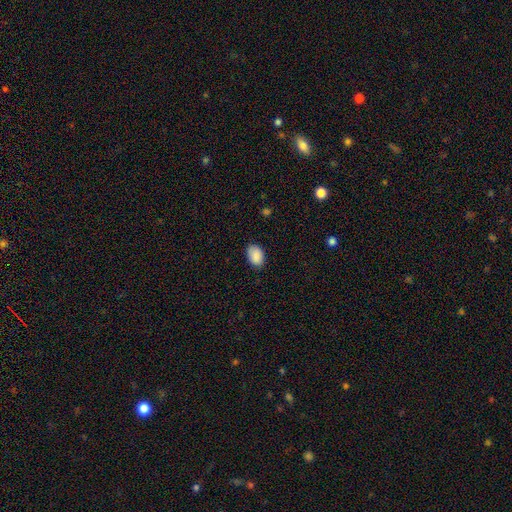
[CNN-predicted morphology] smooth_or_featured: smooth (p=0.89) [alt: star or artifact p=0.07]
how_rounded: in between (p=0.86) [alt: round p=0.13]
merging: none (p=0.83) [alt: minor disturbance p=0.14]